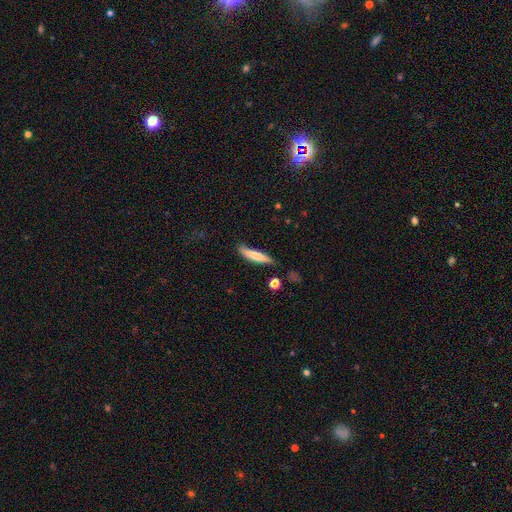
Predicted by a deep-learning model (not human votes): A smooth galaxy with no disk features (66%) that is cigar-shaped (85%). Merging: none (74%).